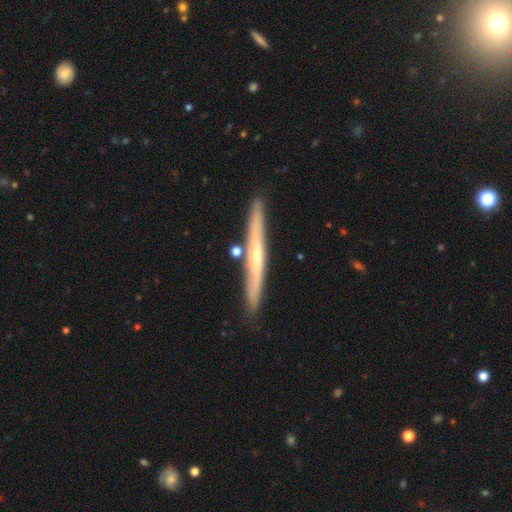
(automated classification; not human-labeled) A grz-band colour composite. It shows a featured or disk galaxy (60%) viewed edge-on (95%) with no central bulge (55%). Merging: none (85%).